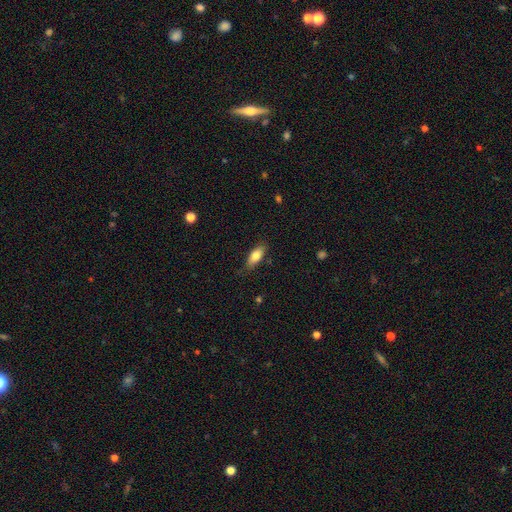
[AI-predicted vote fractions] Morphology: type=smooth (78%); roundness=in between (78%); merging=none (80%).